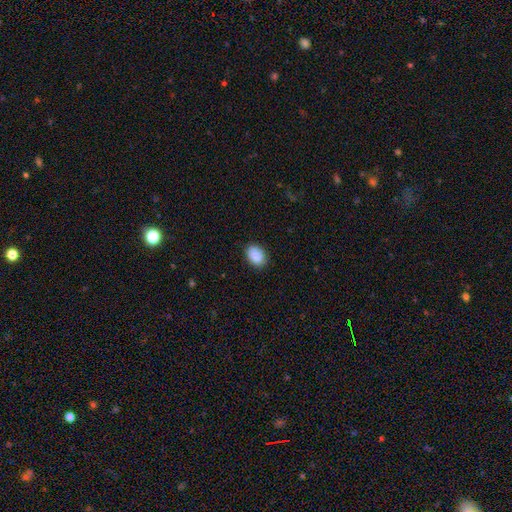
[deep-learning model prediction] The model was most divided on "how rounded": in between: 78%, round: 21%, cigar-shaped: 1%. More confident: smooth or featured — smooth (90%); merging — none (84%).